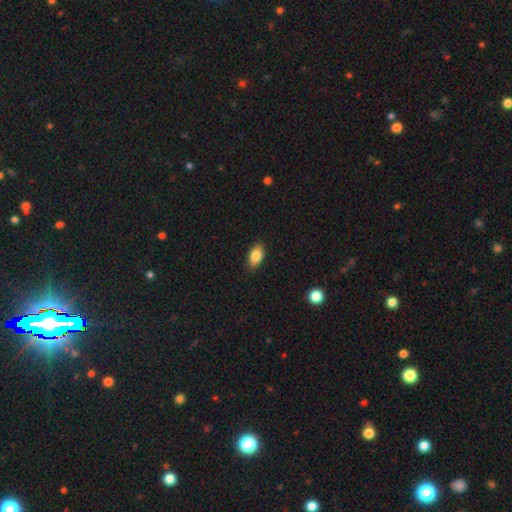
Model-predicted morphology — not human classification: The model was most divided on "smooth or featured": smooth: 84%, featured or disk: 9%, star or artifact: 8%. More confident: how rounded — in between (90%); merging — none (87%).